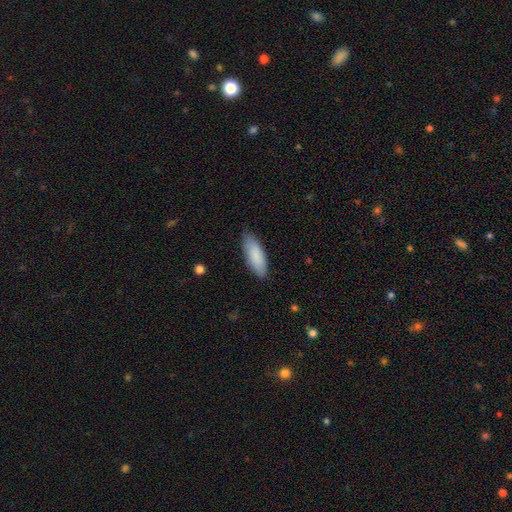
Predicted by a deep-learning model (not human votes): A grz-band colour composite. It shows a smooth galaxy with no disk features (88%) that is in between round and cigar-shaped (64%). Merging: none (83%).